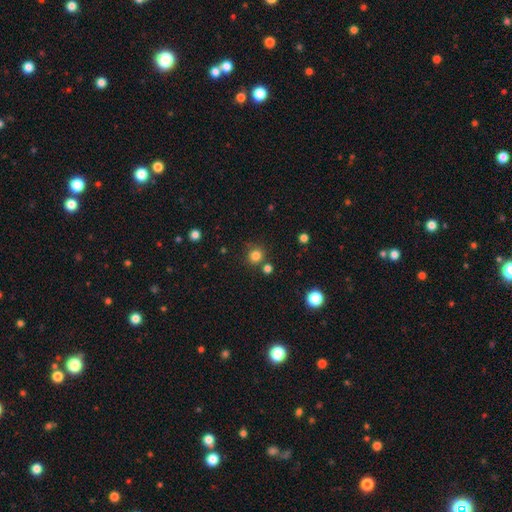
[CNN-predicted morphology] This is clearly a smooth galaxy (81%). How rounded: clearly round (89%). Merging: likely none (77%).